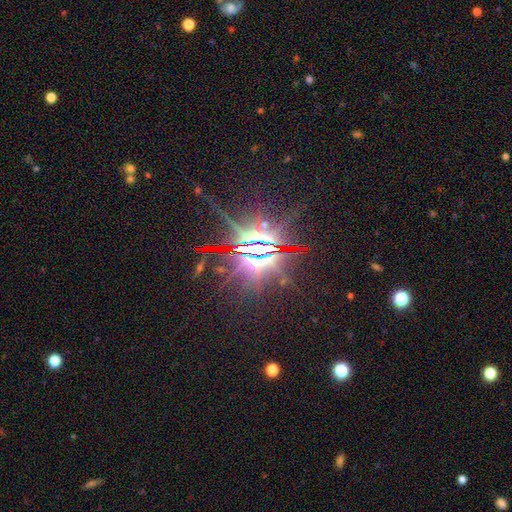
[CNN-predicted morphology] type=star or artifact (81%).